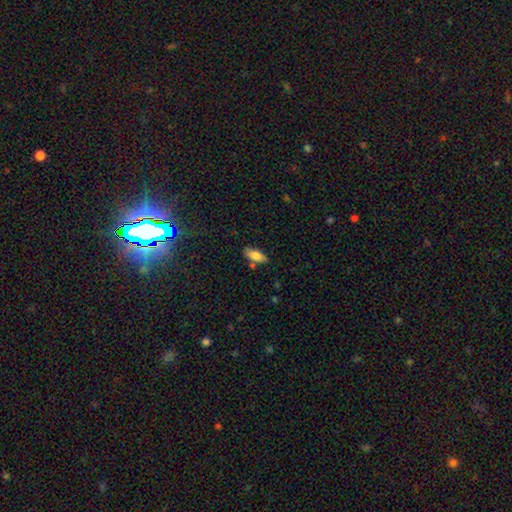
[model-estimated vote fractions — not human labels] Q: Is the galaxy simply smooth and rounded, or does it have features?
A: smooth — 80%.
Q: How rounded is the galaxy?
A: in between — 79%.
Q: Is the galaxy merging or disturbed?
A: none — 76%.